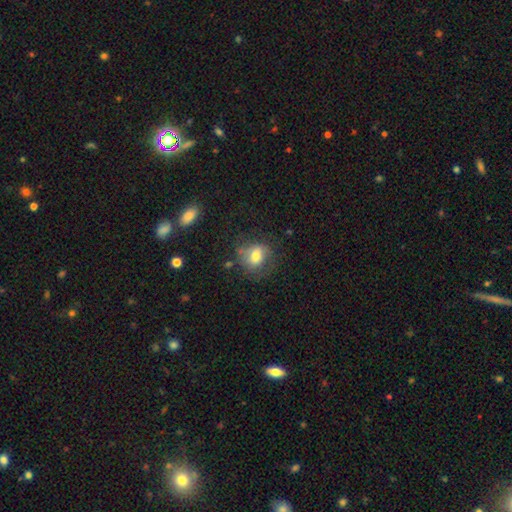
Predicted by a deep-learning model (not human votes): This is likely a smooth galaxy (65%). How rounded: possibly round (57%). Merging: possibly none (58%).